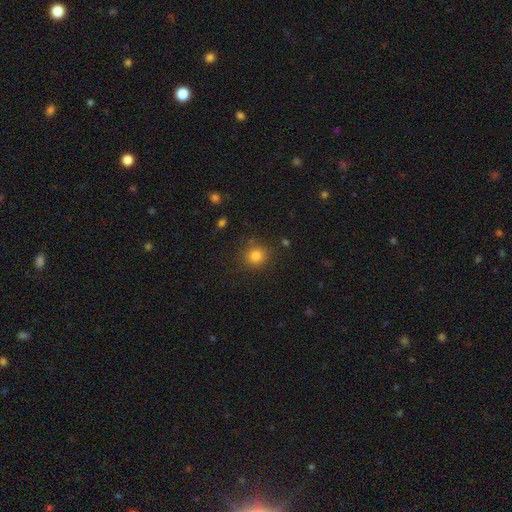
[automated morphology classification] Smooth or featured?
  - smooth: 84% *
  - star or artifact: 12%
  - featured or disk: 4%
How rounded?
  - round: 86% *
  - in between: 13%
  - cigar-shaped: 1%
Merging?
  - none: 85% *
  - minor disturbance: 9%
  - major disturbance: 3%
  - merger: 2%